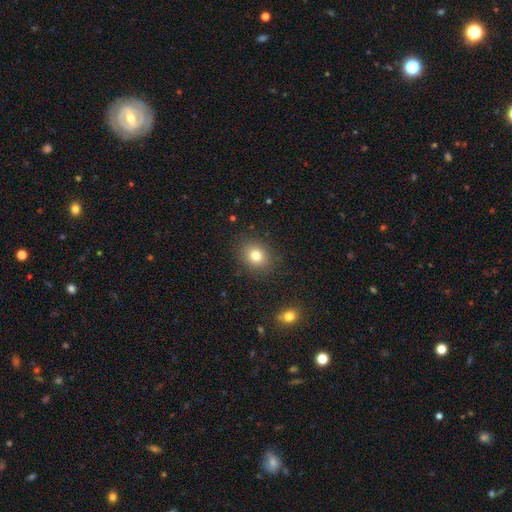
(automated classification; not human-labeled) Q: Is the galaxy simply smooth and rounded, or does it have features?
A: smooth — 79%.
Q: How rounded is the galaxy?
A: round — 67%.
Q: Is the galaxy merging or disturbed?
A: none — 87%.